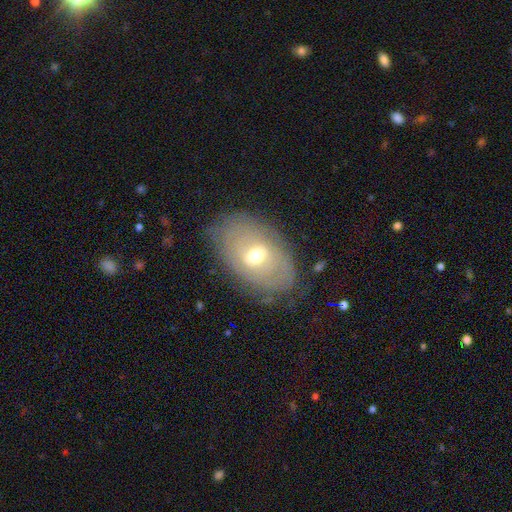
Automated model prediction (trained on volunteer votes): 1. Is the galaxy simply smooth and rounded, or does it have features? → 66% featured or disk, 27% smooth, 8% star or artifact.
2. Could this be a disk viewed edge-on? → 92% no, 8% yes.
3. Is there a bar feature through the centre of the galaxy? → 50% weak, 35% no, 15% strong.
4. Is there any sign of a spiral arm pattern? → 65% yes, 35% no.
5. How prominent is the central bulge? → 61% moderate, 32% small, 5% large, 1% dominant, 1% none.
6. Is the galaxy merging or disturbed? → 75% none, 17% minor disturbance, 7% major disturbance, 1% merger.